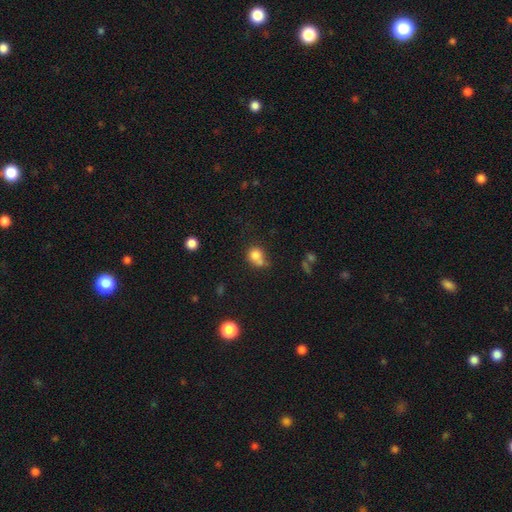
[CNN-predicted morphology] Smooth or featured?
  - smooth: 79% *
  - star or artifact: 12%
  - featured or disk: 9%
How rounded?
  - round: 70% *
  - in between: 28%
  - cigar-shaped: 1%
Merging?
  - none: 39% *
  - merger: 29%
  - minor disturbance: 21%
  - major disturbance: 11%